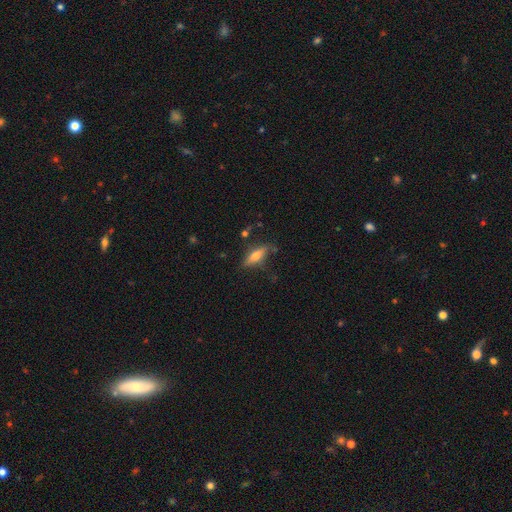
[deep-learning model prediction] smooth-or-featured: smooth: 52% | featured or disk: 41% | star or artifact: 7%
  how-rounded: cigar-shaped: 54% | in between: 43% | round: 3%
  merging: none: 75% | minor disturbance: 17% | major disturbance: 5% | merger: 3%